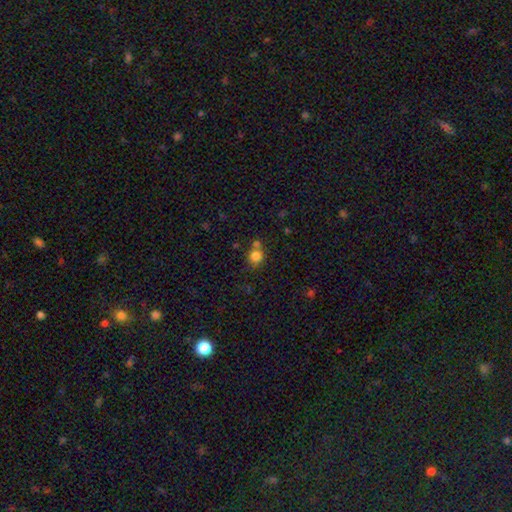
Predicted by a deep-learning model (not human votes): smooth_or_featured: smooth (p=0.81) [alt: star or artifact p=0.12]
how_rounded: round (p=0.82) [alt: in between p=0.17]
merging: none (p=0.57) [alt: merger p=0.29]